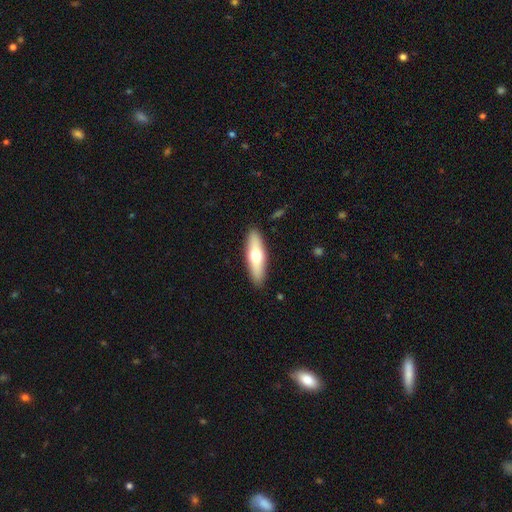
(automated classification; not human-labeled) Q: Smooth or featured?
A: smooth (59%); runner-up: featured or disk (36%)
Q: How rounded?
A: cigar-shaped (56%); runner-up: in between (42%)
Q: Merging?
A: none (89%); runner-up: minor disturbance (8%)